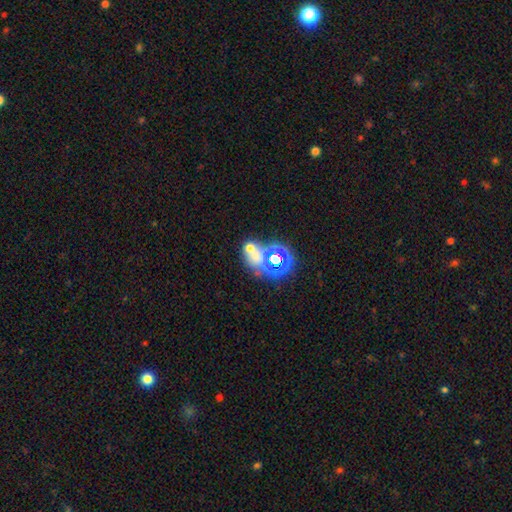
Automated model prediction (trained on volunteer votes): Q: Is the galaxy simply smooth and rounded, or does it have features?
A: smooth — 44%.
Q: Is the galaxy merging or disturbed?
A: merger — 43%.